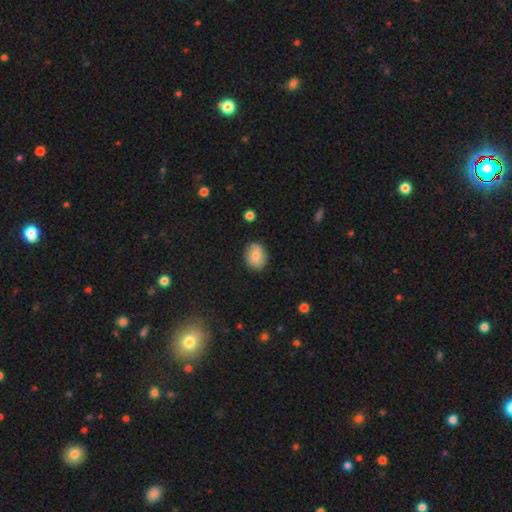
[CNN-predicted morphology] type=smooth (83%); roundness=in between (54%); merging=none (84%).